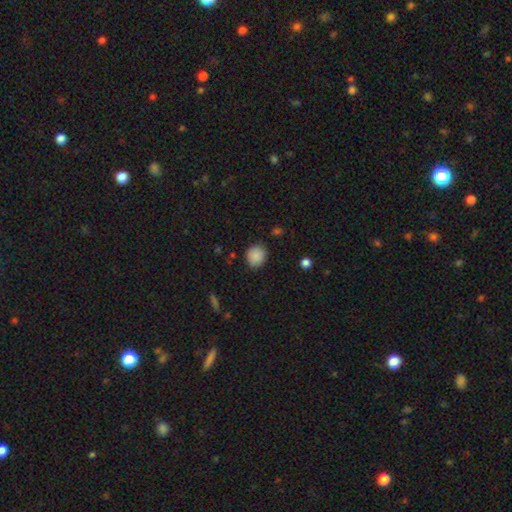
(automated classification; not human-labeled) Q: Smooth or featured?
A: smooth (88%); runner-up: star or artifact (9%)
Q: How rounded?
A: round (79%); runner-up: in between (20%)
Q: Merging?
A: none (86%); runner-up: minor disturbance (11%)